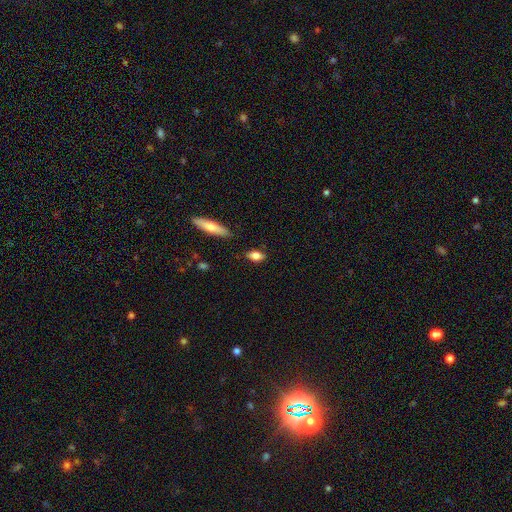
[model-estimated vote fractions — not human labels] Morphology: type=smooth (78%); roundness=in between (80%); merging=none (83%).